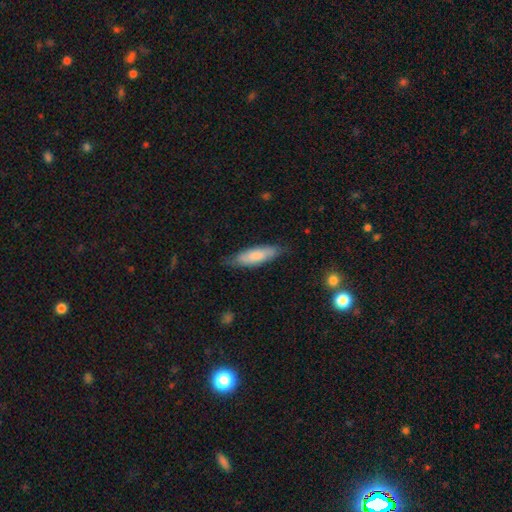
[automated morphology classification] This is likely a smooth galaxy (77%). How rounded: possibly cigar-shaped (58%). Merging: likely none (76%).